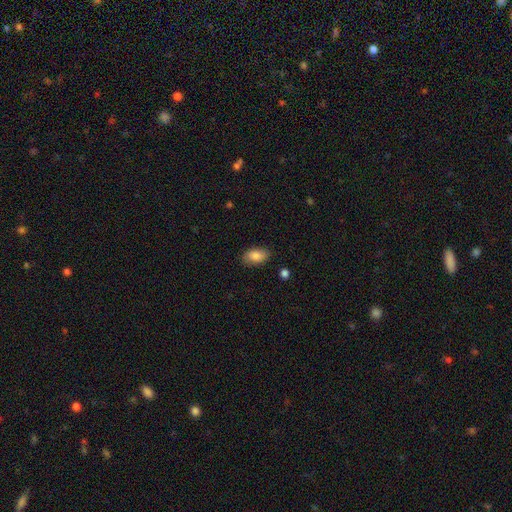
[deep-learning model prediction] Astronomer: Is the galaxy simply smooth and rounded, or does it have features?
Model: smooth — 85%.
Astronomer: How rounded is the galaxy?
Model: in between — 92%.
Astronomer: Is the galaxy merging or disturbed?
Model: none — 85%.